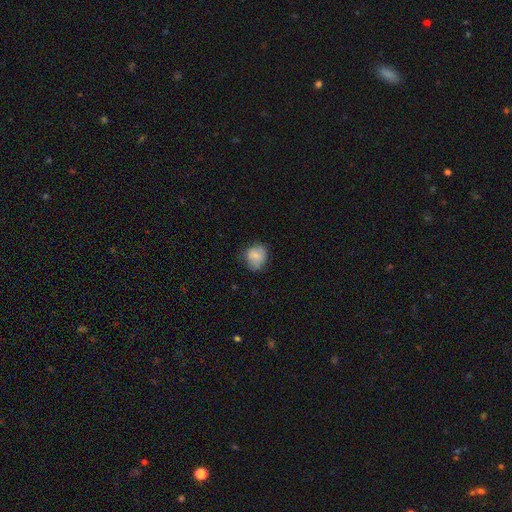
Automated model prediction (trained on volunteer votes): Smooth or featured: smooth — 77% (featured or disk — 14%)
How rounded: round — 67% (in between — 32%)
Merging: none — 65% (minor disturbance — 26%)